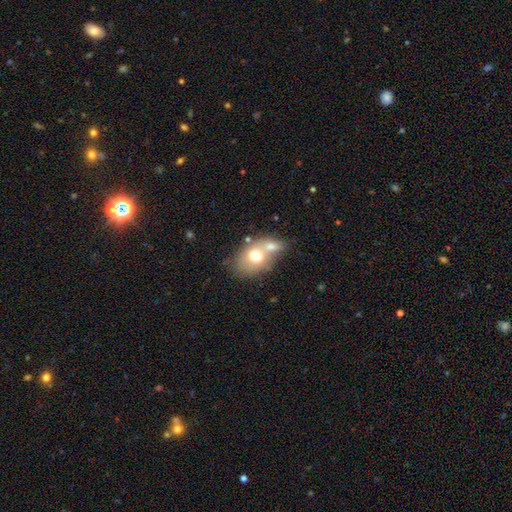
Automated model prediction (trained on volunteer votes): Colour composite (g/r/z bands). It shows a smooth galaxy with no disk features (66%) that is in between round and cigar-shaped (71%). Merging: merger (53%).